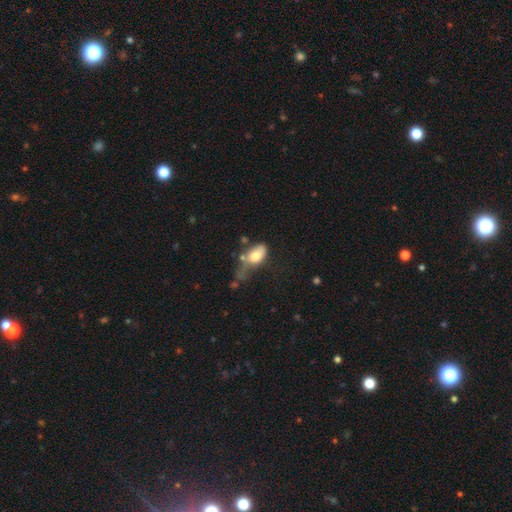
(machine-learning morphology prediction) Smooth or featured?
  - smooth: 73% *
  - featured or disk: 19%
  - star or artifact: 8%
How rounded?
  - in between: 87% *
  - round: 9%
  - cigar-shaped: 4%
Merging?
  - major disturbance: 37% *
  - minor disturbance: 26%
  - none: 21%
  - merger: 17%